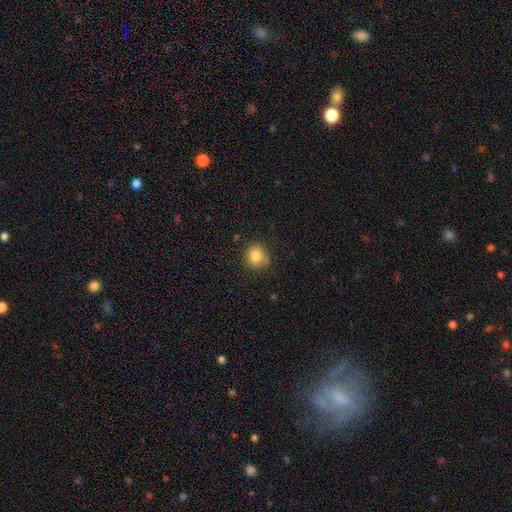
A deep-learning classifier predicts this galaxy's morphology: smooth_or_featured: smooth (p=0.83) [alt: star or artifact p=0.10]
how_rounded: round (p=0.86) [alt: in between p=0.13]
merging: none (p=0.79) [alt: minor disturbance p=0.16]